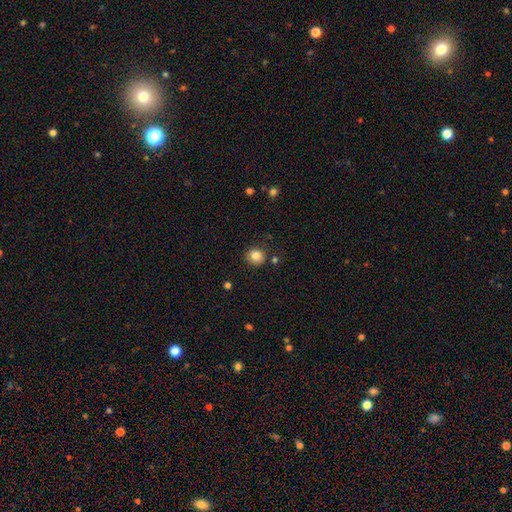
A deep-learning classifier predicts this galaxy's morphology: This is clearly a smooth galaxy (84%). How rounded: clearly round (86%). Merging: clearly none (85%).